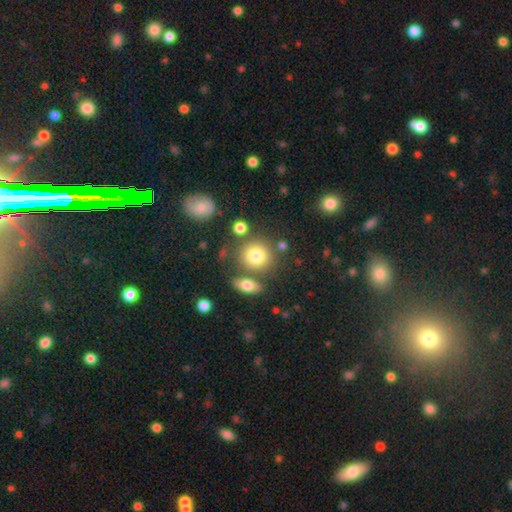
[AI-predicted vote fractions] Morphology: type=smooth (78%); roundness=round (81%); merging=none (70%).